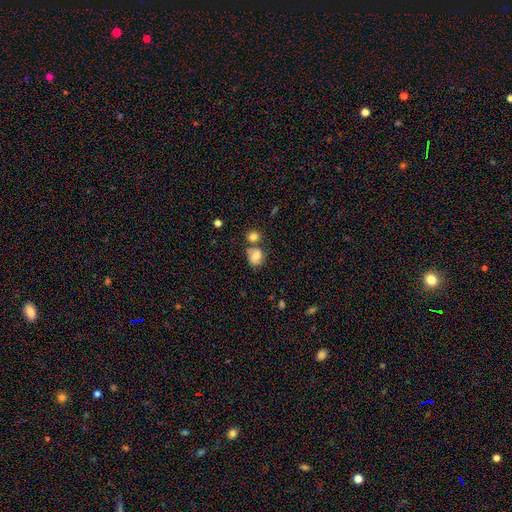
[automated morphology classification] smooth 73%, featured or disk 17%, star or artifact 10%. Down the decision tree: how rounded — round (59%); merging — none (46%).